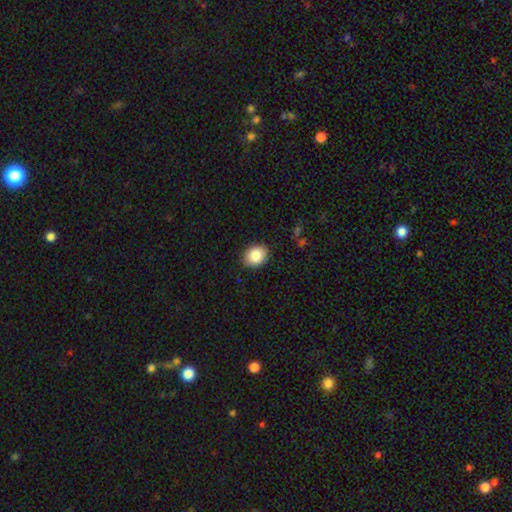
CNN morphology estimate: A smooth galaxy with no disk features (85%) that is in between round and cigar-shaped (58%).

Vote fractions:
- Smooth or featured? smooth: 85% / star or artifact: 8% / featured or disk: 7%
- How rounded? in between: 58% / round: 41% / cigar-shaped: 1%
- Merging? none: 88% / minor disturbance: 9% / major disturbance: 2% / merger: 1%